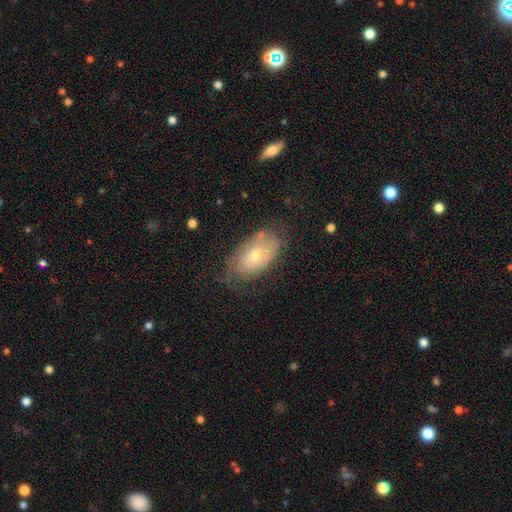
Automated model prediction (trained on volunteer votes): smooth 54%, featured or disk 37%, star or artifact 8%. Down the decision tree: how rounded — in between (91%); merging — none (63%).